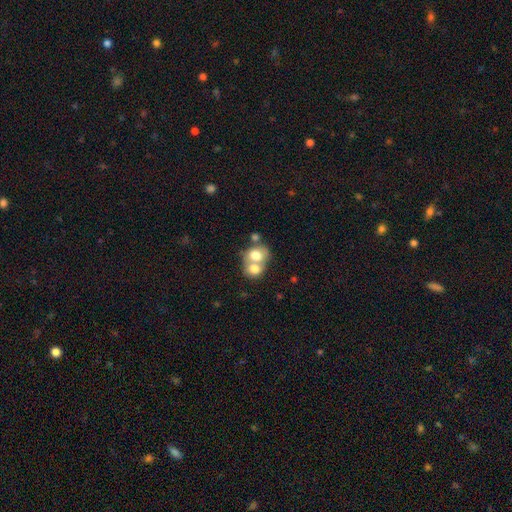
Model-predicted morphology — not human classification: smooth 71%, featured or disk 21%, star or artifact 8%. Down the decision tree: how rounded — round (54%); merging — merger (71%).